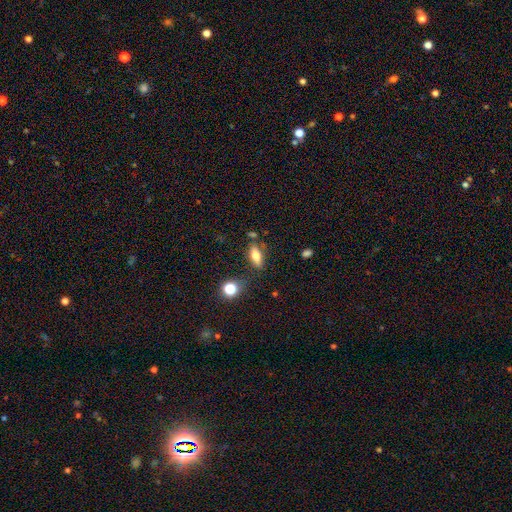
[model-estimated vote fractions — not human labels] Q: Smooth or featured?
A: smooth (69%); runner-up: featured or disk (22%)
Q: How rounded?
A: in between (71%); runner-up: cigar-shaped (24%)
Q: Merging?
A: none (72%); runner-up: minor disturbance (16%)